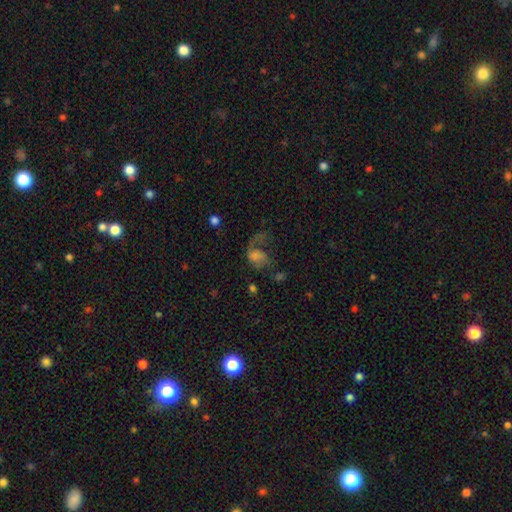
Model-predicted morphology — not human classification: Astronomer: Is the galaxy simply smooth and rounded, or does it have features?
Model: featured or disk — 44% (runner-up: smooth, 38%).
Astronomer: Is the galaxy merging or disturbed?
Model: major disturbance — 54%.